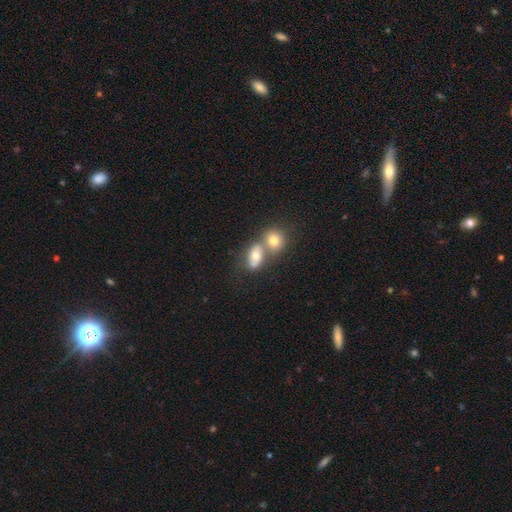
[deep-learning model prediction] The model was most divided on "how rounded": in between: 61%, round: 37%, cigar-shaped: 2%. More confident: smooth or featured — smooth (67%); merging — merger (57%).